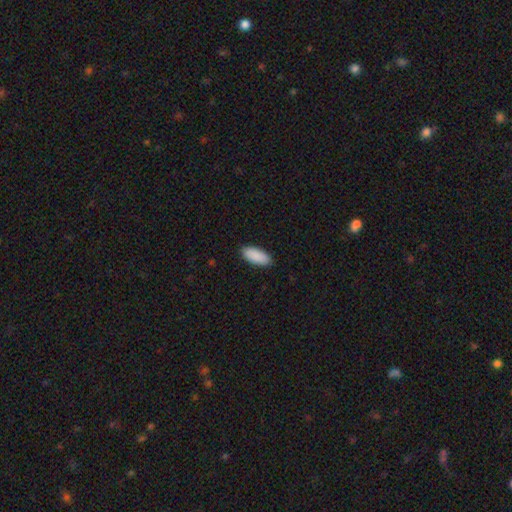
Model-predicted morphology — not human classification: type=smooth (91%); roundness=in between (86%); merging=none (90%).